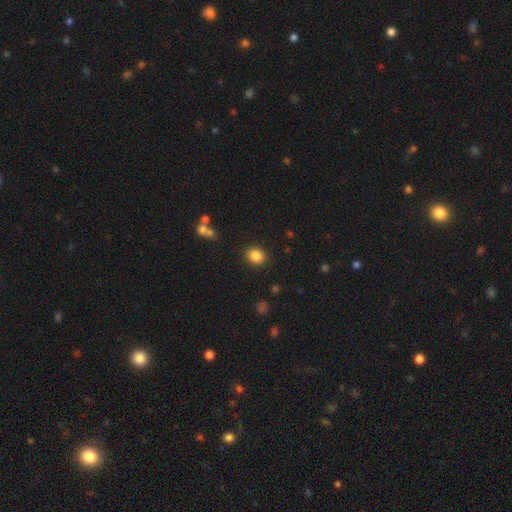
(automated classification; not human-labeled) This appears to be a smooth galaxy with no disk features (85%) that is round (53%). Merging: none (88%).